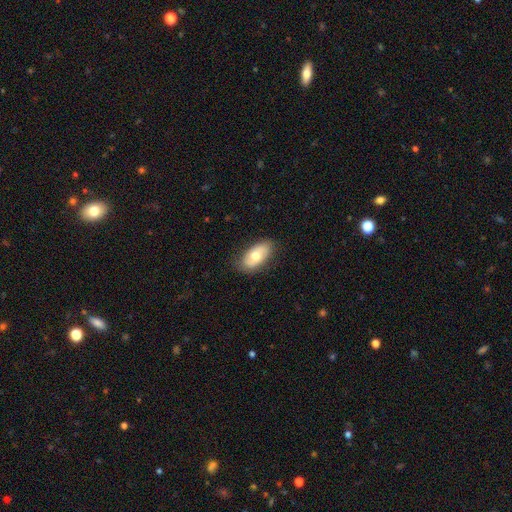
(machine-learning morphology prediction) Smooth or featured? Predicted: smooth (p=0.65). How rounded? Predicted: in between (p=0.92). Merging? Predicted: none (p=0.82).